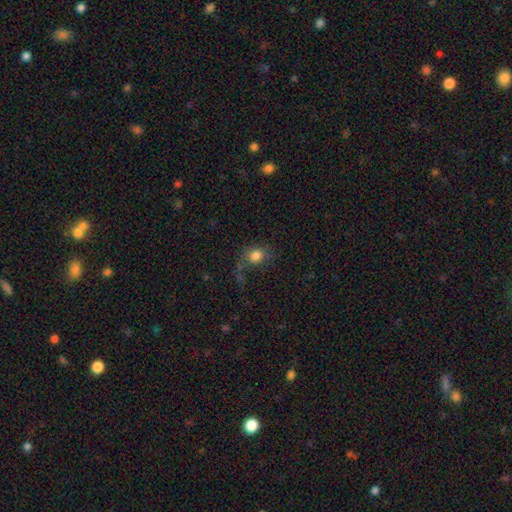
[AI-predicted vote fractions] Smooth or featured: smooth — 81% (star or artifact — 11%)
How rounded: round — 62% (in between — 37%)
Merging: none — 60% (minor disturbance — 19%)